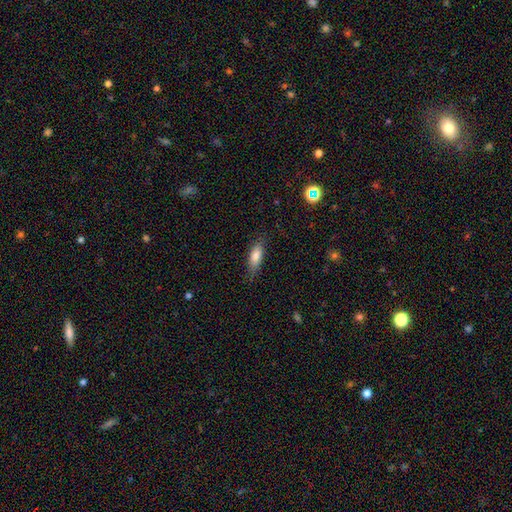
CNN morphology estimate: smooth 80%, featured or disk 13%, star or artifact 7%. Down the decision tree: how rounded — in between (67%); merging — none (75%).